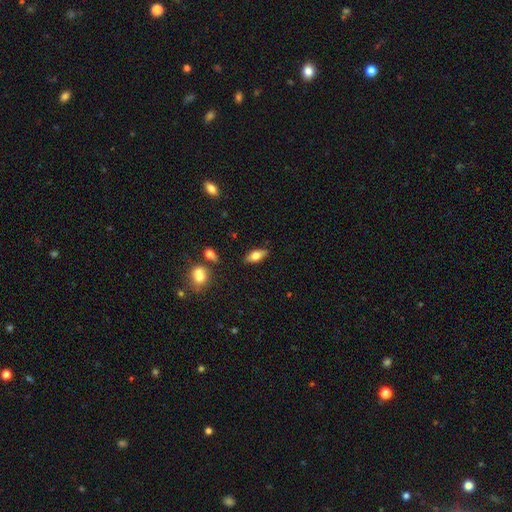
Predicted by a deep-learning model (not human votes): Overall: smooth (60%; featured or disk 32%). How rounded: in between (76%). Merging: none (85%).